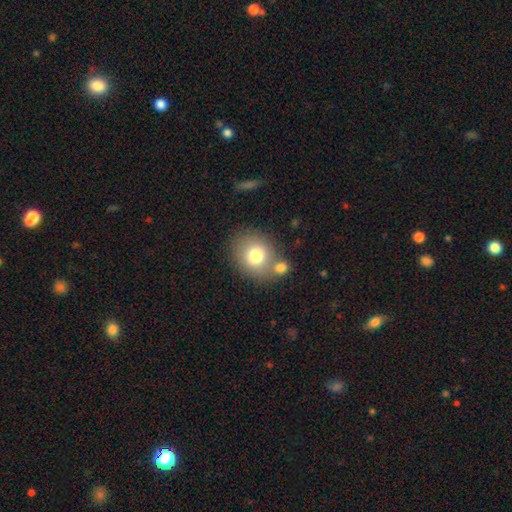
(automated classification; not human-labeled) Overall: smooth (76%). How rounded: round (67%; in between 32%). Merging: none (60%; merger 24%).